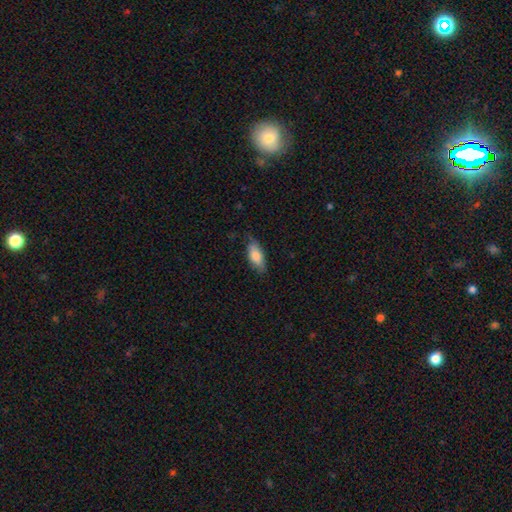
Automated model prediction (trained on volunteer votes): Smooth or featured: smooth — 78% (featured or disk — 16%)
How rounded: in between — 81% (cigar-shaped — 17%)
Merging: none — 71% (minor disturbance — 24%)